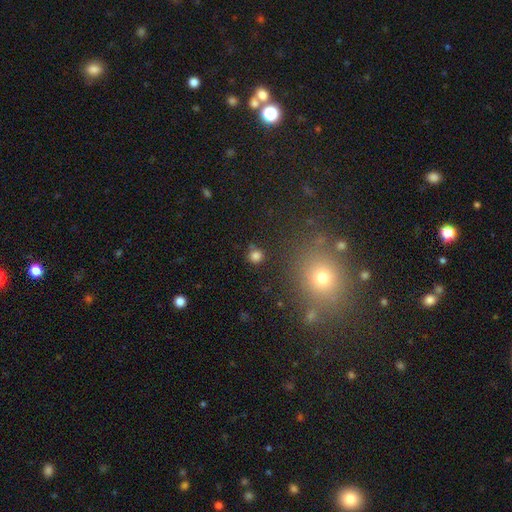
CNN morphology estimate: Smooth or featured? smooth (79%)
How rounded? round (91%)
Merging? none (83%)